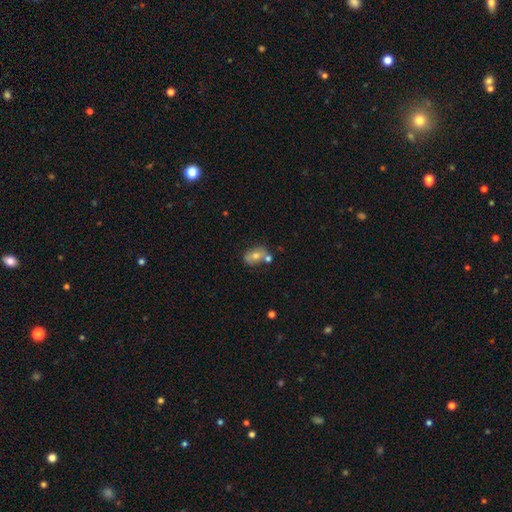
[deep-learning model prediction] A smooth galaxy with no disk features (60%) that is in between round and cigar-shaped (77%).

Vote fractions:
- Smooth or featured? smooth: 60% / featured or disk: 29% / star or artifact: 11%
- How rounded? in between: 77% / round: 20% / cigar-shaped: 3%
- Merging? none: 53% / merger: 26% / minor disturbance: 16% / major disturbance: 5%